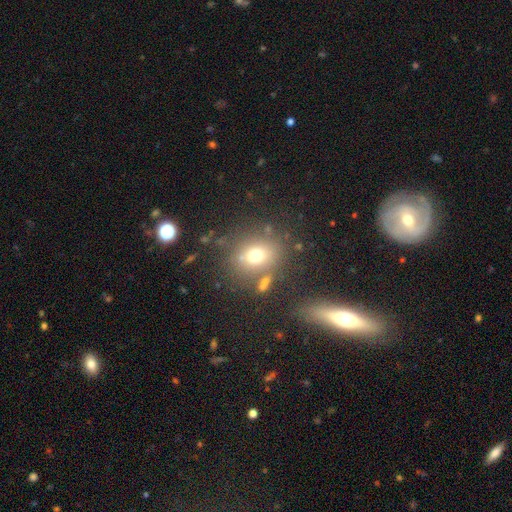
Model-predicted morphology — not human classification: smooth 70%, star or artifact 15%, featured or disk 14%. Down the decision tree: how rounded — round (65%); merging — none (72%).